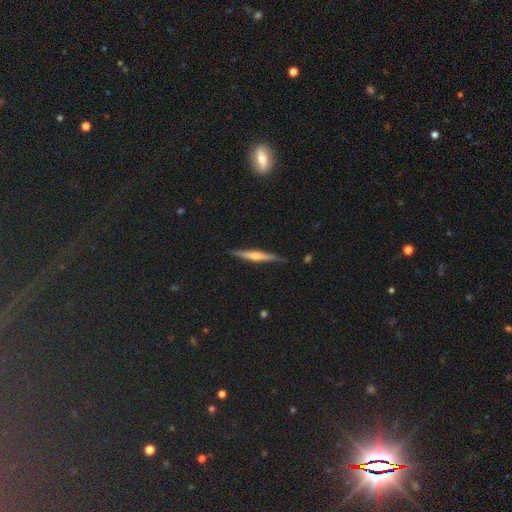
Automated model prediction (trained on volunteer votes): Smooth or featured? featured or disk (67%)
Edge-on disk? yes (97%)
Edge-on bulge? rounded (85%)
Merging? none (87%)